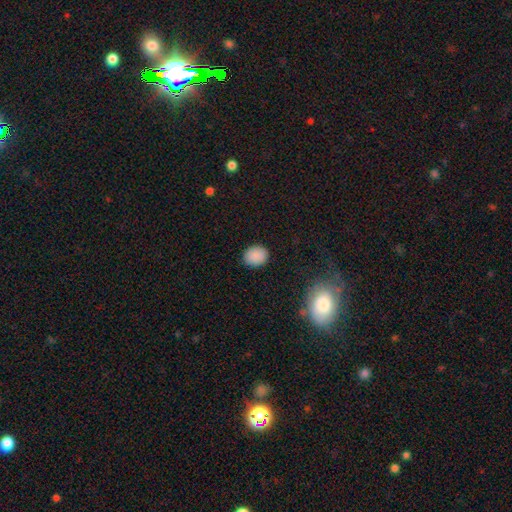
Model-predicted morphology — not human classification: Smooth or featured? smooth (87%)
How rounded? round (61%)
Merging? none (88%)